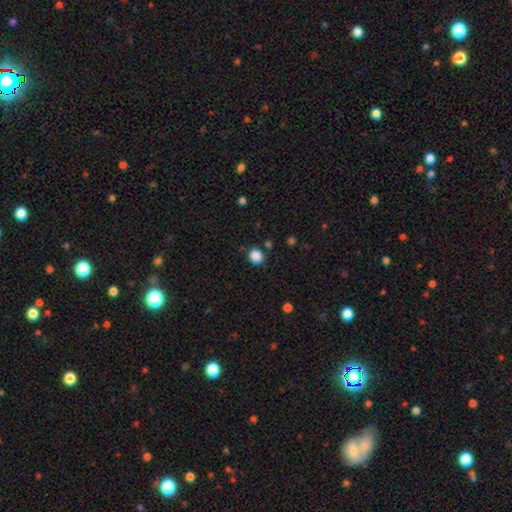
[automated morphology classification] The model was most divided on "how rounded": round: 83%, in between: 16%, cigar-shaped: 1%. More confident: smooth or featured — smooth (86%); merging — none (84%).